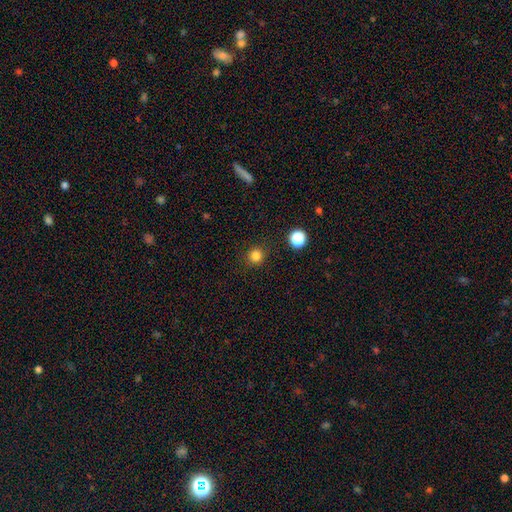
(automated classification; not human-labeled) This appears to be a smooth galaxy with no disk features (82%) that is round (93%). Merging: none (90%).